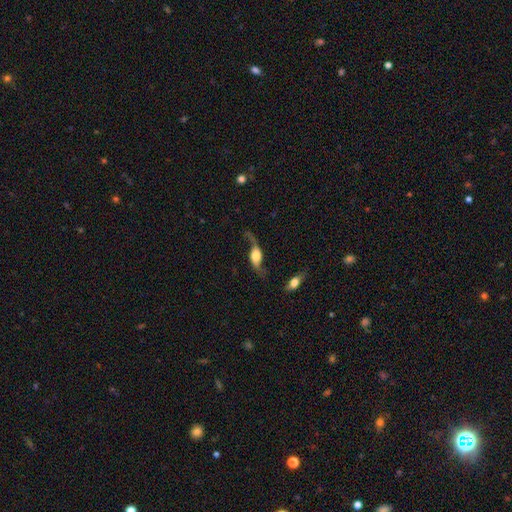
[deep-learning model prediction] smooth-or-featured: featured or disk: 72% | smooth: 20% | star or artifact: 8%
  disk-edge-on: no: 77% | yes: 23%
    bar: no: 60% | weak: 28% | strong: 12%
    has-spiral-arms: yes: 91% | no: 9%
      spiral-winding: loose: 91% | medium: 7% | tight: 2%
      spiral-arm-count: 2: 89% | 1: 6% | can't tell: 2% | 3: 1% | 4: 1% | more than 4: 1%
    bulge-size: large: 47% | moderate: 23% | dominant: 17% | small: 8% | none: 6%
  merging: none: 58% | minor disturbance: 20% | major disturbance: 17% | merger: 5%